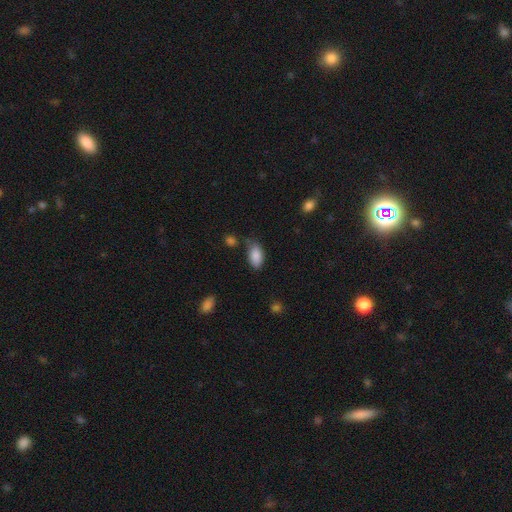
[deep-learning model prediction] A smooth galaxy with no disk features (87%) that is in between round and cigar-shaped (93%).

Vote fractions:
- Smooth or featured? smooth: 87% / star or artifact: 7% / featured or disk: 6%
- How rounded? in between: 93% / round: 3% / cigar-shaped: 3%
- Merging? none: 66% / minor disturbance: 23% / major disturbance: 5% / merger: 5%